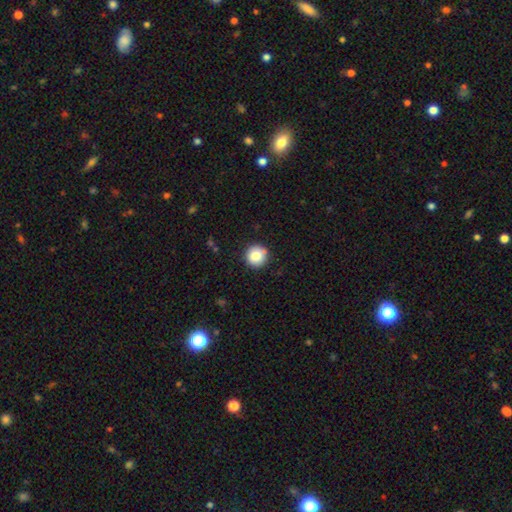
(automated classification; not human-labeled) This appears to be a smooth galaxy with no disk features (82%) that is round (95%). Merging: none (86%).